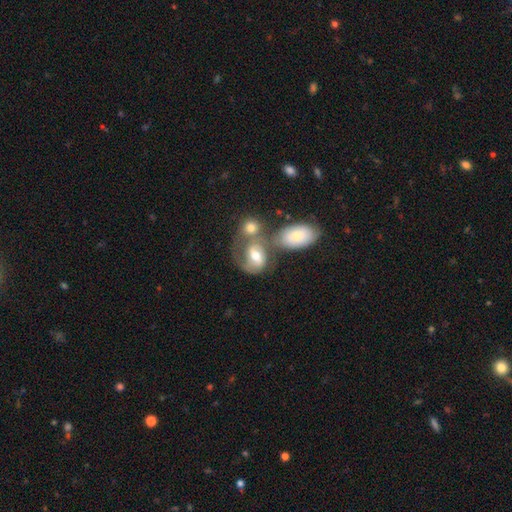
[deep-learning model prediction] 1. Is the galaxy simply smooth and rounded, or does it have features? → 59% featured or disk, 32% smooth, 9% star or artifact.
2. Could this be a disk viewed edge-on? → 96% no, 4% yes.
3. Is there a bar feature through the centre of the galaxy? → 41% weak, 40% no, 19% strong.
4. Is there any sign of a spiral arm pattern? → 79% yes, 21% no.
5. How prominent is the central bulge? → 66% moderate, 19% small, 12% large, 2% none, 2% dominant.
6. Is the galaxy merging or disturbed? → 45% merger, 30% none, 14% minor disturbance, 11% major disturbance.